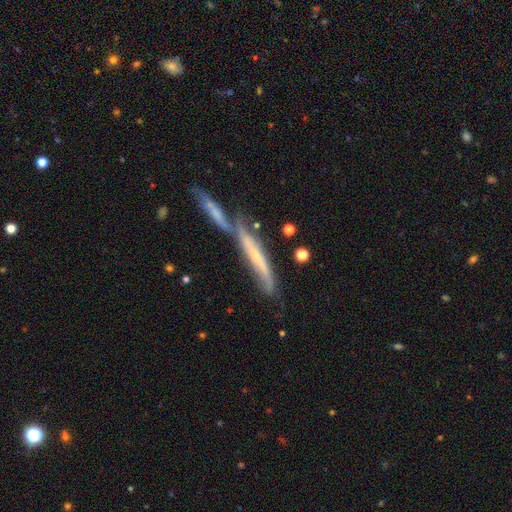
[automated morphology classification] Smooth or featured?
  - featured or disk: 63% *
  - smooth: 29%
  - star or artifact: 8%
Edge-on disk?
  - yes: 68% *
  - no: 32%
Merging?
  - merger: 46% *
  - none: 34%
  - minor disturbance: 13%
  - major disturbance: 6%